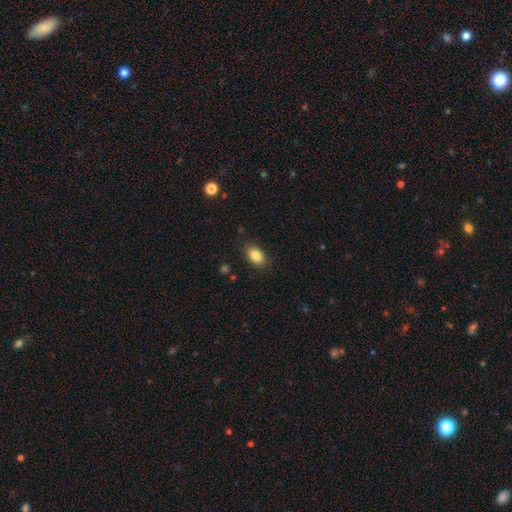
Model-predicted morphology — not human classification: Smooth or featured?
  - smooth: 85% *
  - star or artifact: 8%
  - featured or disk: 7%
How rounded?
  - in between: 87% *
  - round: 12%
  - cigar-shaped: 1%
Merging?
  - none: 86% *
  - minor disturbance: 10%
  - major disturbance: 2%
  - merger: 1%